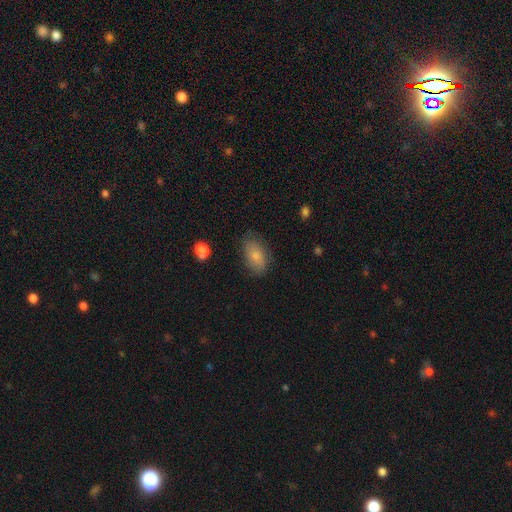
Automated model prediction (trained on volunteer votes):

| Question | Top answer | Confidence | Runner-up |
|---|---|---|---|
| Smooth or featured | smooth | 79% | featured or disk (14%) |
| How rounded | in between | 91% | round (6%) |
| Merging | none | 74% | minor disturbance (19%) |